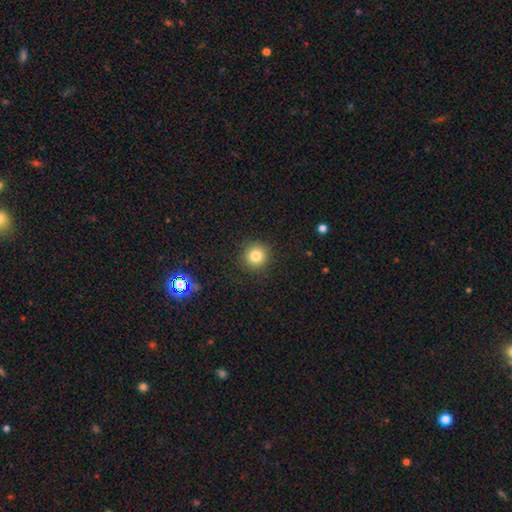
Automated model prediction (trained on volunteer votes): This is clearly a smooth galaxy (82%). How rounded: clearly round (93%). Merging: clearly none (91%).